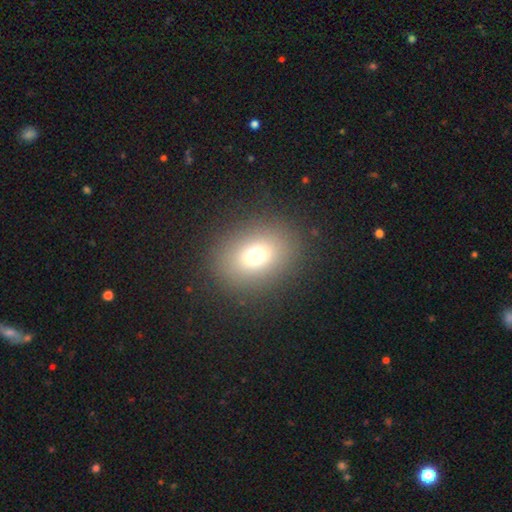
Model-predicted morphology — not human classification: Smooth or featured? Predicted: smooth (p=0.71). How rounded? Predicted: in between (p=0.52). Merging? Predicted: none (p=0.86).